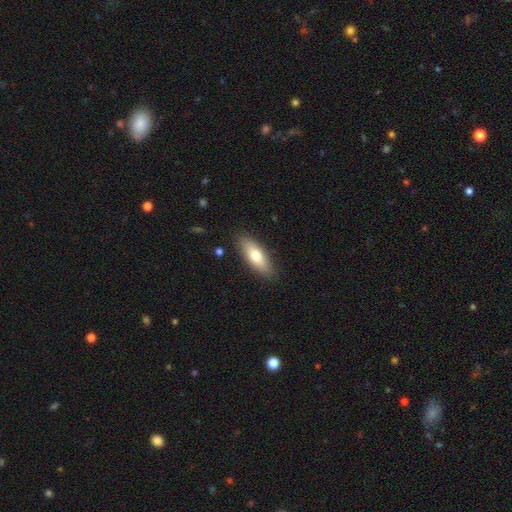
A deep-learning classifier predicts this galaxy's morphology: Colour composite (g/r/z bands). It shows a smooth galaxy with no disk features (71%) that is in between round and cigar-shaped (65%). Merging: none (87%).